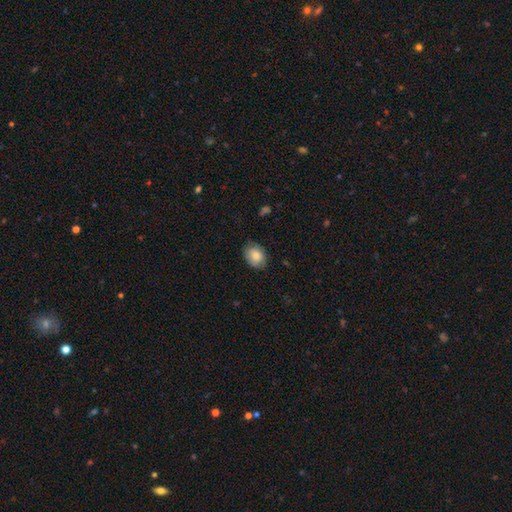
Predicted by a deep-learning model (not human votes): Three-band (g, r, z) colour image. It shows a smooth galaxy with no disk features (79%) that is in between round and cigar-shaped (72%). Merging: none (78%).